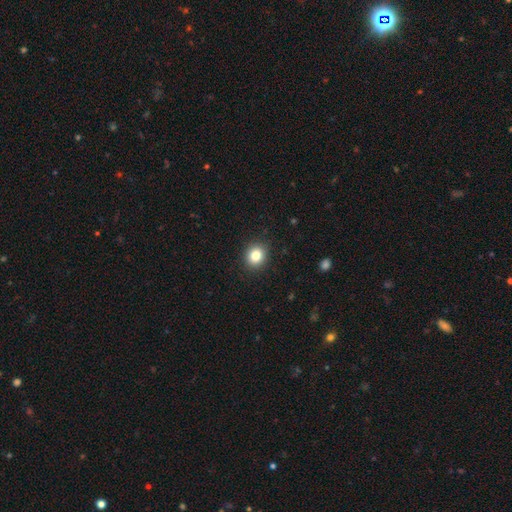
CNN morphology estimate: Smooth or featured? Predicted: smooth (p=0.83). How rounded? Predicted: round (p=0.73). Merging? Predicted: none (p=0.91).